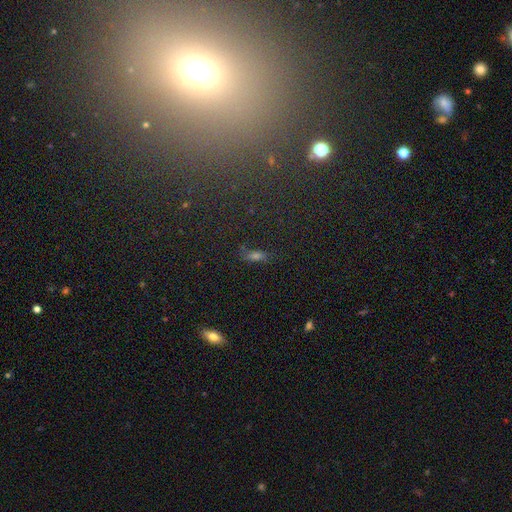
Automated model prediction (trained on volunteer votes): smooth_or_featured: smooth (p=0.47) [alt: star or artifact p=0.29]
merging: none (p=0.65) [alt: minor disturbance p=0.19]